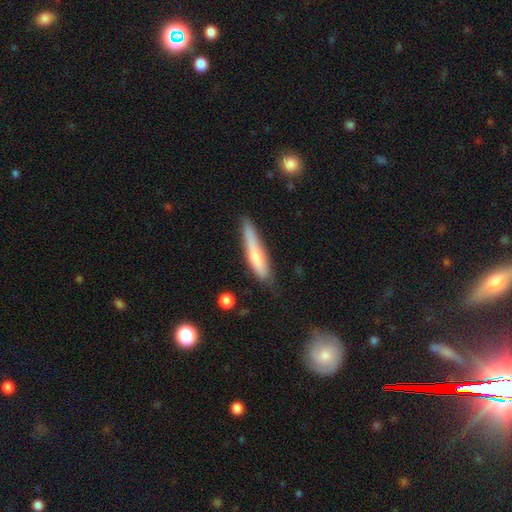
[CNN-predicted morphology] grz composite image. It shows a smooth galaxy with no disk features (66%) that is cigar-shaped (88%). Merging: none (65%).